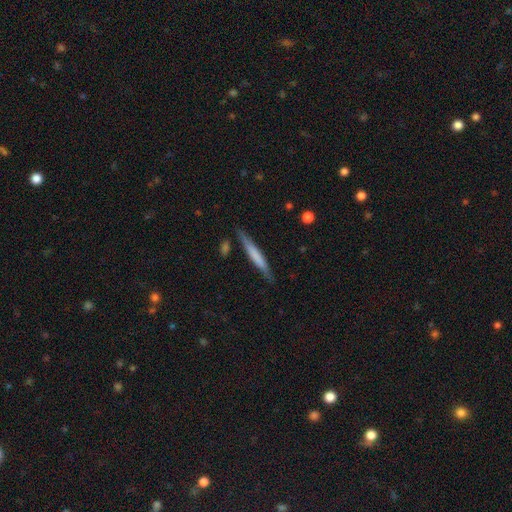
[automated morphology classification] type=smooth (57%); roundness=cigar-shaped (95%); merging=none (83%).